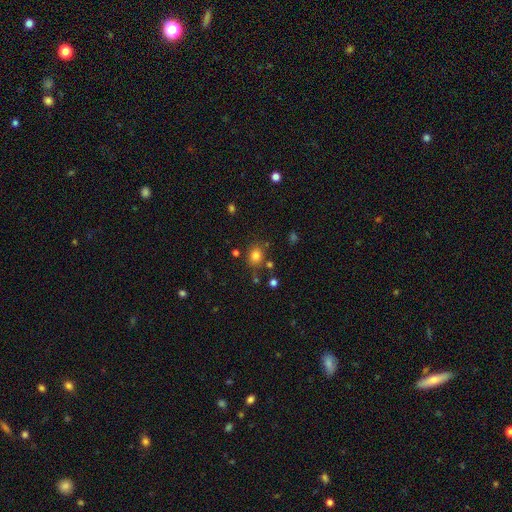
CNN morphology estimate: Smooth or featured?
  - smooth: 79% *
  - star or artifact: 14%
  - featured or disk: 7%
How rounded?
  - round: 72% *
  - in between: 27%
  - cigar-shaped: 1%
Merging?
  - none: 77% *
  - minor disturbance: 12%
  - merger: 6%
  - major disturbance: 4%